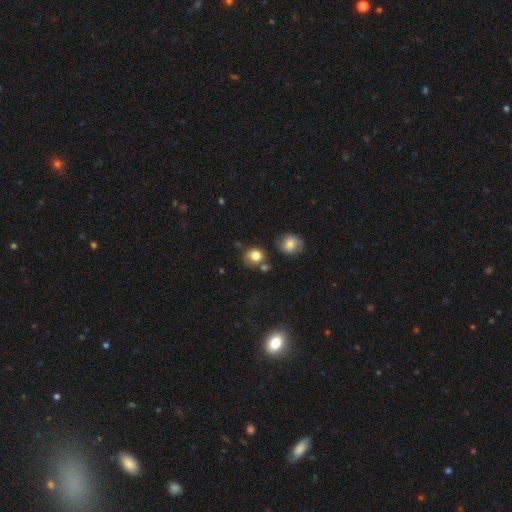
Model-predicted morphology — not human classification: smooth_or_featured: smooth (p=0.81) [alt: star or artifact p=0.11]
how_rounded: round (p=0.78) [alt: in between p=0.21]
merging: none (p=0.68) [alt: minor disturbance p=0.15]